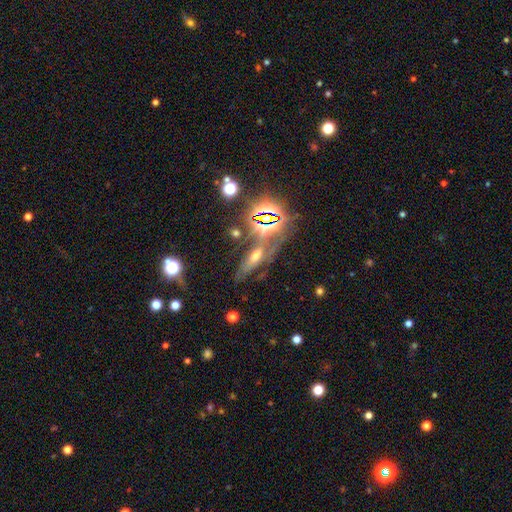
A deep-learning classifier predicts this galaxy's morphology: Overall: star or artifact (39%; smooth 31%).